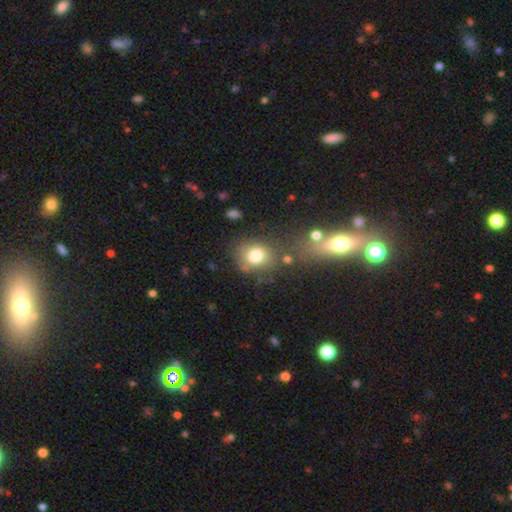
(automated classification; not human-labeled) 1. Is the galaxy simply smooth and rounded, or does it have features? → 78% smooth, 11% featured or disk, 11% star or artifact.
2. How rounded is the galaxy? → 57% round, 42% in between, 1% cigar-shaped.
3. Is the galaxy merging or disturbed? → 58% none, 19% minor disturbance, 13% merger, 10% major disturbance.